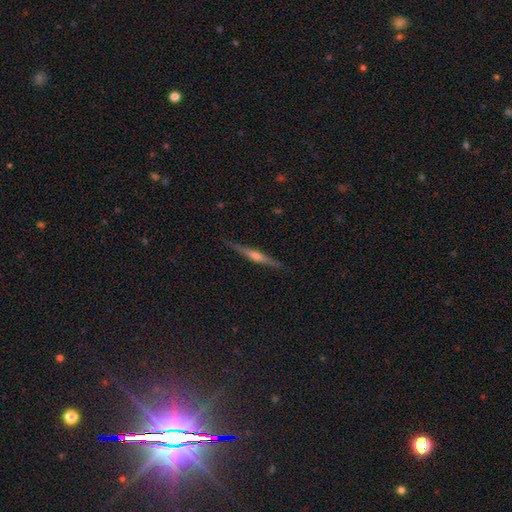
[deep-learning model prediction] smooth_or_featured: featured or disk (p=0.80) [alt: smooth p=0.14]
disk_edge_on: yes (p=0.98) [alt: no p=0.02]
edge_on_bulge: rounded (p=0.85) [alt: boxy p=0.09]
merging: none (p=0.91) [alt: minor disturbance p=0.07]